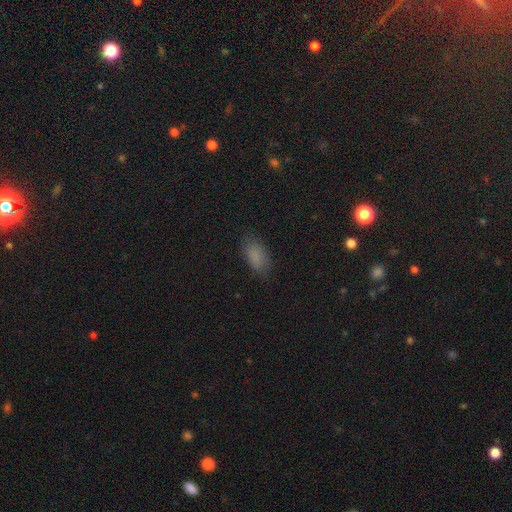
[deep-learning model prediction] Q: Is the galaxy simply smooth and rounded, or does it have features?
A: smooth — 84%.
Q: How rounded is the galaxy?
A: in between — 91%.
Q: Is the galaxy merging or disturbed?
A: none — 81%.